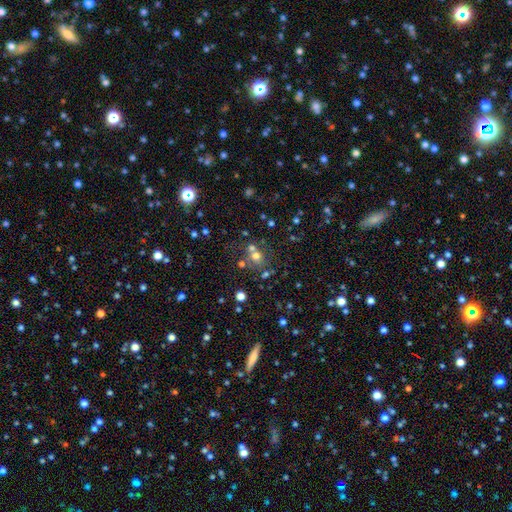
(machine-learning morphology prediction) A smooth galaxy with no disk features (62%) that is round (83%).

Vote fractions:
- Smooth or featured? smooth: 62% / star or artifact: 23% / featured or disk: 14%
- How rounded? round: 83% / in between: 16% / cigar-shaped: 1%
- Merging? none: 56% / merger: 29% / minor disturbance: 9% / major disturbance: 5%